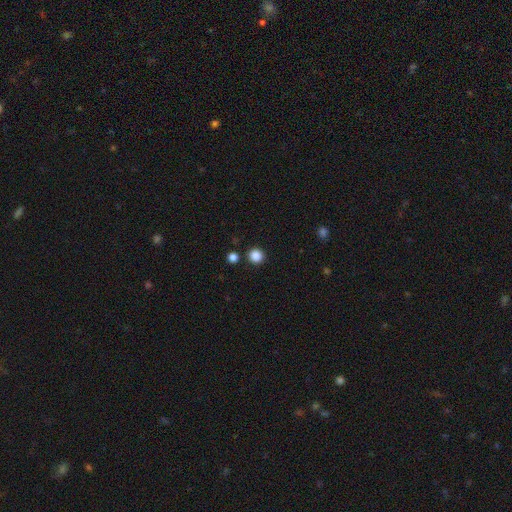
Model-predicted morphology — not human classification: Overall: smooth (86%). How rounded: round (94%). Merging: none (89%).